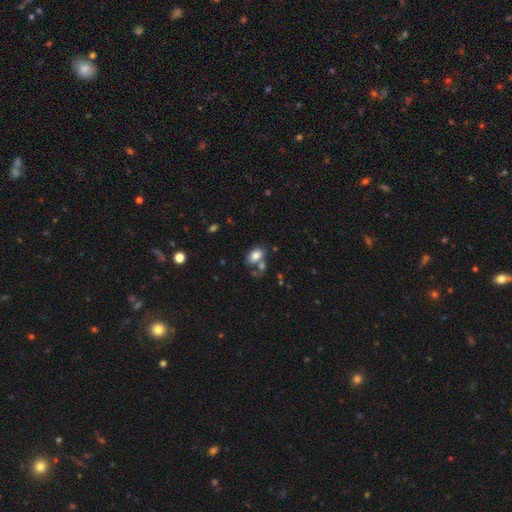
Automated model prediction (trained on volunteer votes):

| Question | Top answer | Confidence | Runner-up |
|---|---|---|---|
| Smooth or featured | smooth | 81% | featured or disk (9%) |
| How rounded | in between | 85% | round (14%) |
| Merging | none | 54% | merger (26%) |